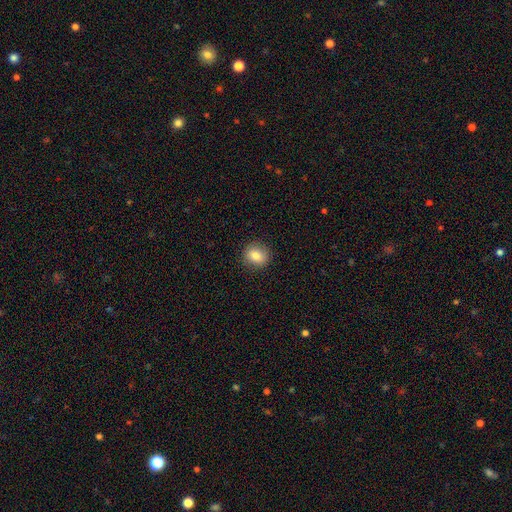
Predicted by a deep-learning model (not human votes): The model was most divided on "how rounded": round: 74%, in between: 25%, cigar-shaped: 1%. More confident: merging — none (88%); smooth or featured — smooth (81%).